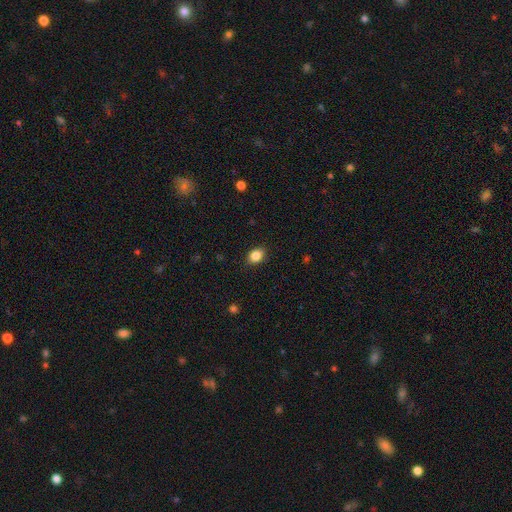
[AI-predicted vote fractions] A smooth galaxy with no disk features (85%) that is in between round and cigar-shaped (66%). Merging: none (88%).